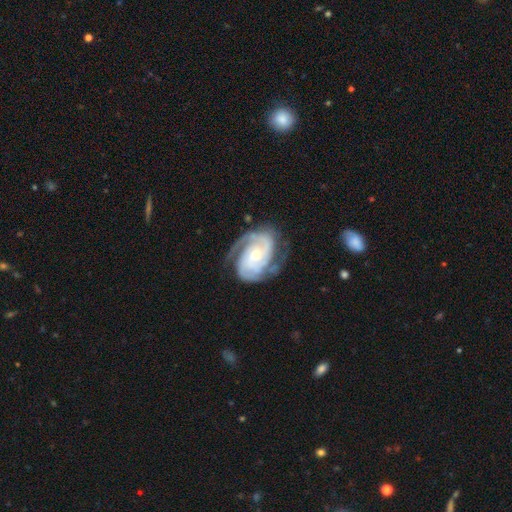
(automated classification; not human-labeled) The model was most divided on "bulge size": small: 53%, moderate: 43%, large: 2%, none: 1%, dominant: 1%. More confident: spiral arms — yes (98%); edge-on disk — no (97%); smooth or featured — featured or disk (91%); merging — none (70%); spiral arm count — 2 (68%); bar — no (62%); spiral winding — tight (57%).